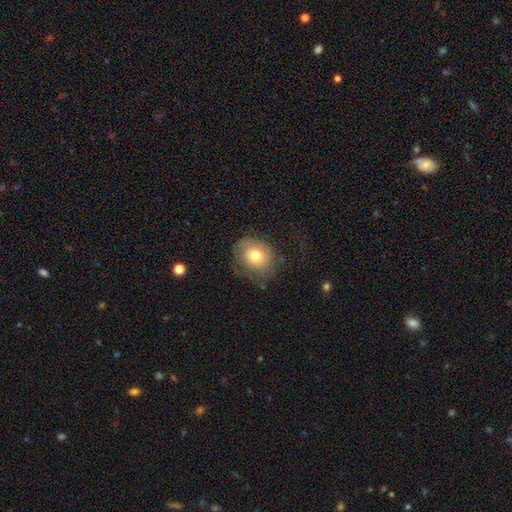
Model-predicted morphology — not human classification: Q: Smooth or featured?
A: smooth (65%); runner-up: featured or disk (26%)
Q: How rounded?
A: round (63%); runner-up: in between (36%)
Q: Merging?
A: none (55%); runner-up: minor disturbance (26%)